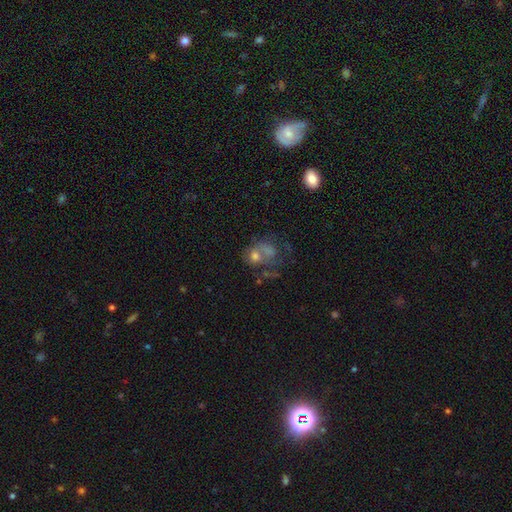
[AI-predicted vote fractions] The model was most divided on "smooth or featured": smooth: 44%, featured or disk: 40%, star or artifact: 17%. Remaining: merging — merger (37%).